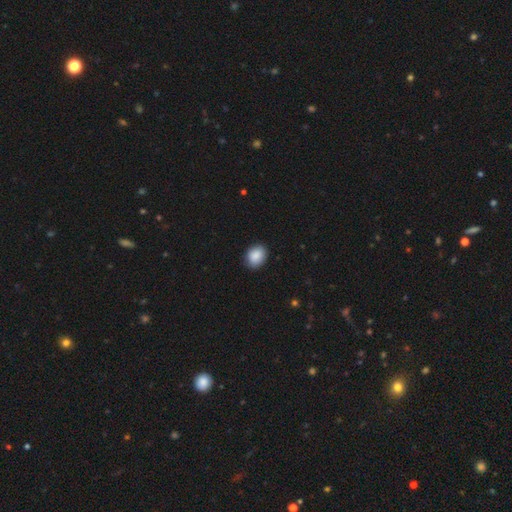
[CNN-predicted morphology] Smooth or featured? smooth (89%)
How rounded? in between (55%)
Merging? none (86%)